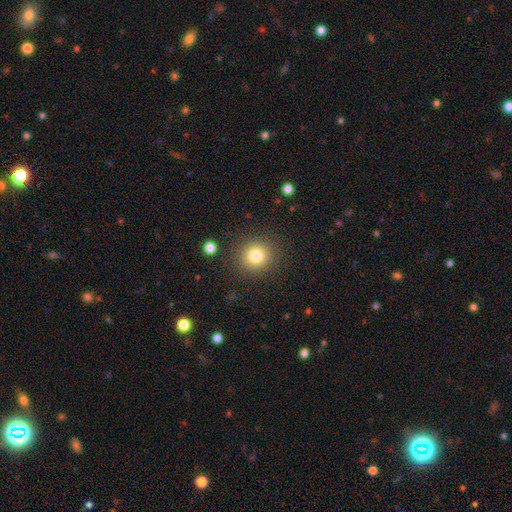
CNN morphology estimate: A smooth galaxy with no disk features (80%) that is round (90%).

Vote fractions:
- Smooth or featured? smooth: 80% / star or artifact: 12% / featured or disk: 8%
- How rounded? round: 90% / in between: 9% / cigar-shaped: 1%
- Merging? none: 88% / minor disturbance: 7% / major disturbance: 3% / merger: 2%